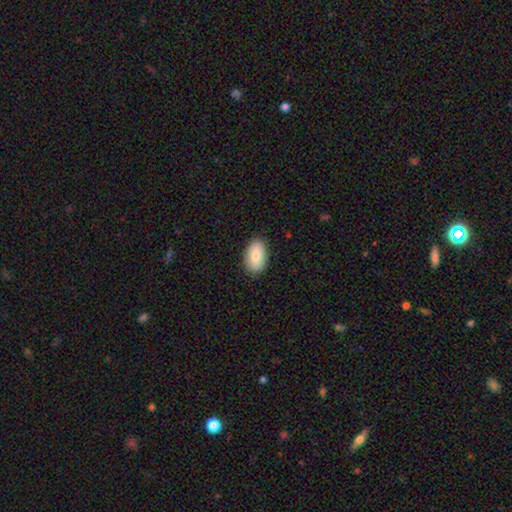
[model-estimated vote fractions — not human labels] Smooth or featured?
  - smooth: 82% *
  - featured or disk: 11%
  - star or artifact: 6%
How rounded?
  - in between: 93% *
  - round: 6%
  - cigar-shaped: 2%
Merging?
  - none: 87% *
  - minor disturbance: 10%
  - major disturbance: 2%
  - merger: 1%